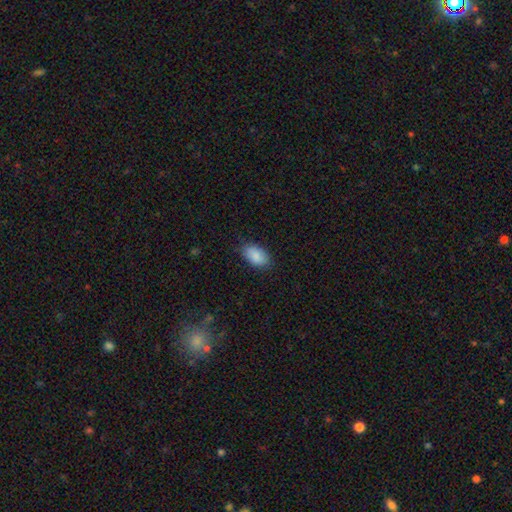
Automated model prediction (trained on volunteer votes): Smooth or featured? Predicted: smooth (p=0.88). How rounded? Predicted: in between (p=0.93). Merging? Predicted: none (p=0.82).